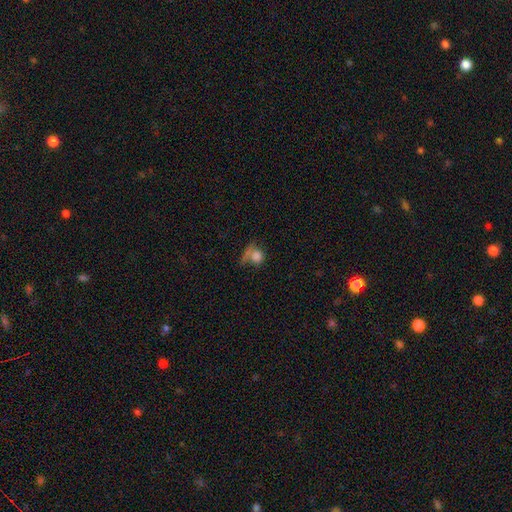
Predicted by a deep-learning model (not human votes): Morphology: type=smooth (73%); roundness=round (73%); merging=none (43%).